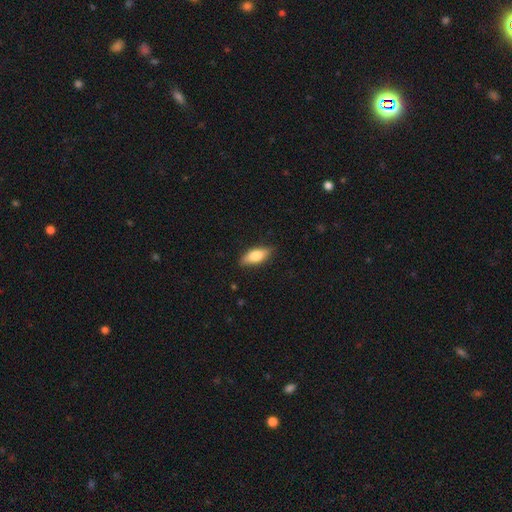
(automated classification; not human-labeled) Morphology: type=smooth (75%); roundness=in between (78%); merging=none (85%).